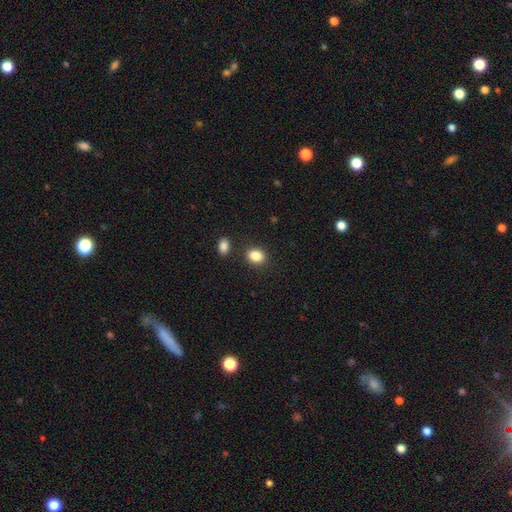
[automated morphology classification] This appears to be a smooth galaxy with no disk features (86%) that is in between round and cigar-shaped (57%). Merging: none (82%).